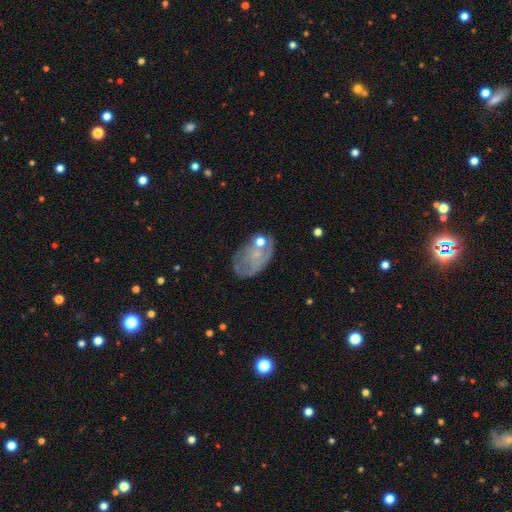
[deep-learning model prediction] Overall: featured or disk (48%; smooth 40%). Merging: none (45%; minor disturbance 25%).